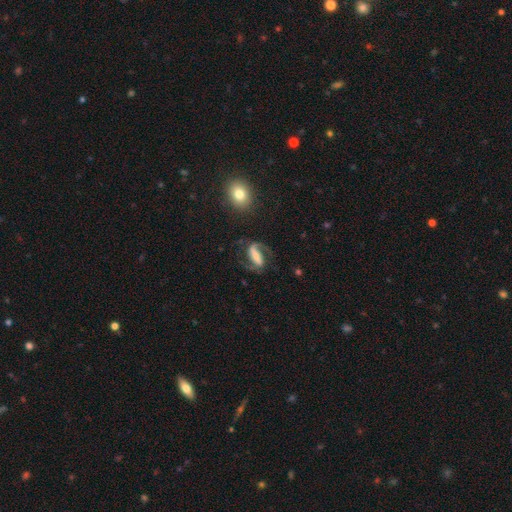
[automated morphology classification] Smooth or featured? Predicted: featured or disk (p=0.79). Edge-on disk? Predicted: no (p=0.95). Bar? Predicted: strong (p=0.64). Spiral arms? Predicted: yes (p=0.94). Spiral winding? Predicted: medium (p=0.47). Spiral arm count? Predicted: 2 (p=0.87). Bulge size? Predicted: small (p=0.39). Merging? Predicted: none (p=0.66).